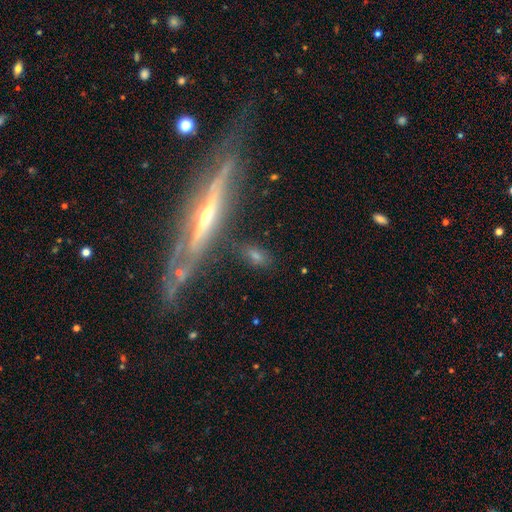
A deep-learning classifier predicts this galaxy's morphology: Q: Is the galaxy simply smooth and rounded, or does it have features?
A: featured or disk — 54%.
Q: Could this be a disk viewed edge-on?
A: yes — 77%.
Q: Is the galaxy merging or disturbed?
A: none — 71%.